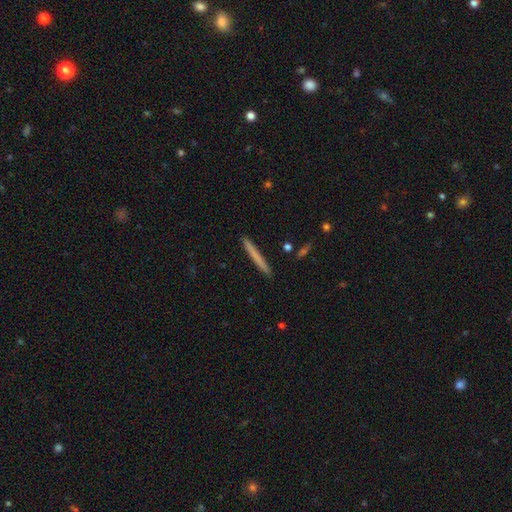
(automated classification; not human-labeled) Smooth or featured?
  - smooth: 67% *
  - featured or disk: 27%
  - star or artifact: 6%
How rounded?
  - cigar-shaped: 97% *
  - in between: 2%
  - round: 1%
Merging?
  - none: 92% *
  - minor disturbance: 6%
  - merger: 1%
  - major disturbance: 1%